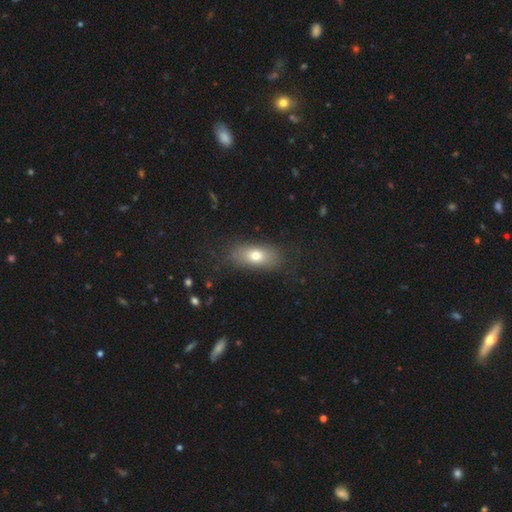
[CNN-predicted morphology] smooth-or-featured: smooth: 72% | featured or disk: 18% | star or artifact: 10%
  how-rounded: in between: 80% | cigar-shaped: 11% | round: 9%
  merging: none: 79% | minor disturbance: 13% | major disturbance: 6% | merger: 1%